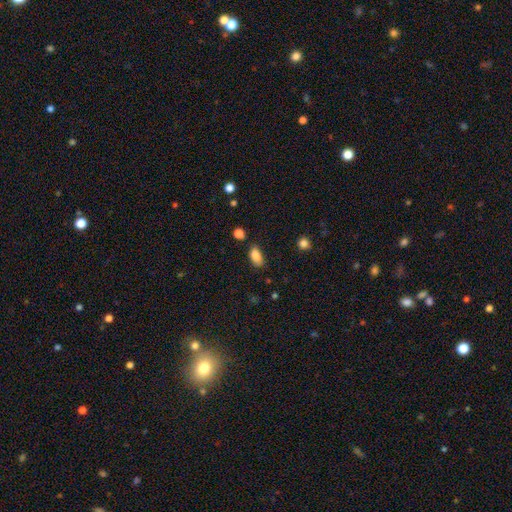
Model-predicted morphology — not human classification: The model was most divided on "merging": none: 73%, minor disturbance: 20%, major disturbance: 4%, merger: 3%. More confident: how rounded — in between (90%); smooth or featured — smooth (86%).